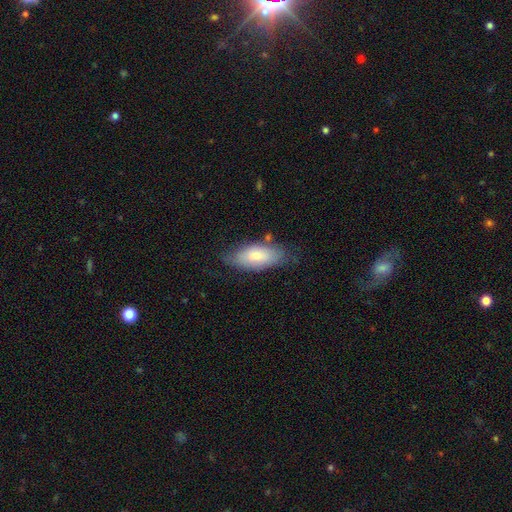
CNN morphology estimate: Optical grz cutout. It shows a smooth galaxy with no disk features (74%) that is in between round and cigar-shaped (87%). Merging: none (70%).